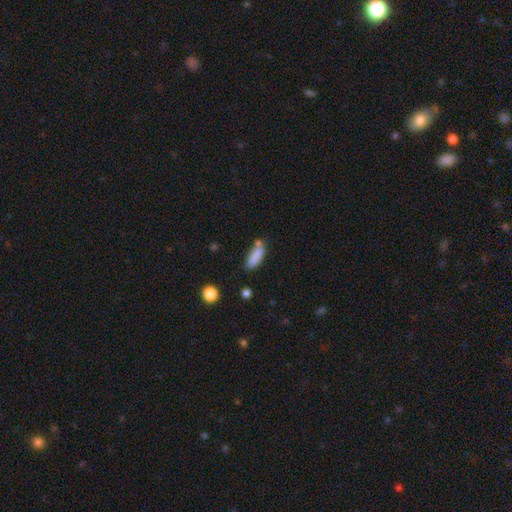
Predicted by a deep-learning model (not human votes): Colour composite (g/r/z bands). It shows a smooth galaxy with no disk features (84%) that is in between round and cigar-shaped (64%). Merging: none (55%).